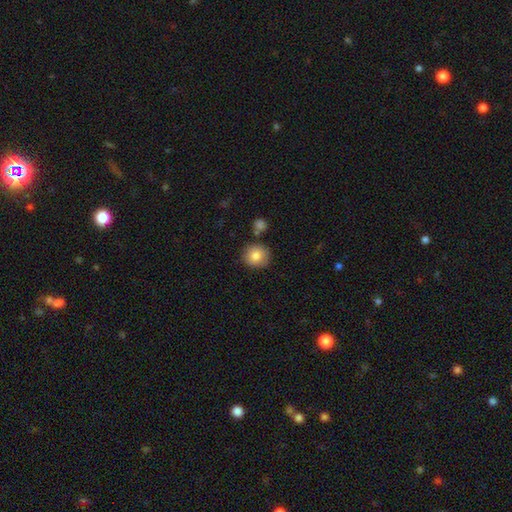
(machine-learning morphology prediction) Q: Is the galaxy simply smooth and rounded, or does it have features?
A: smooth — 83%.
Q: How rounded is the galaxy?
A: round — 87%.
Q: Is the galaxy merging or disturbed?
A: none — 82%.